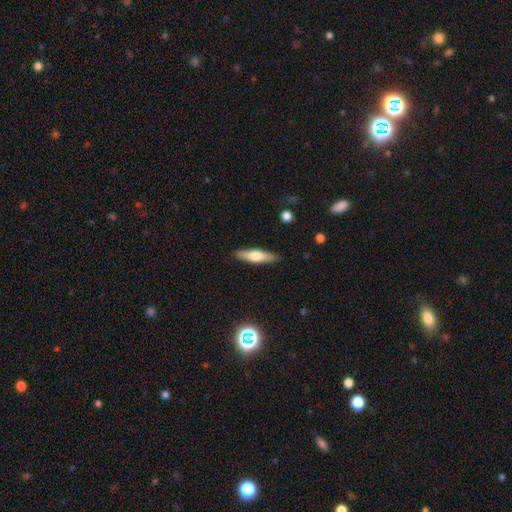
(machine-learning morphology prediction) Smooth or featured? Predicted: smooth (p=0.47). Merging? Predicted: none (p=0.89).